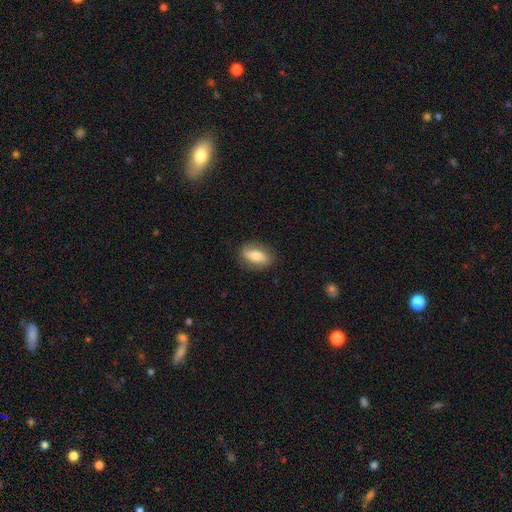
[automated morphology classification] Smooth or featured? Predicted: smooth (p=0.61). How rounded? Predicted: in between (p=0.79). Merging? Predicted: none (p=0.84).